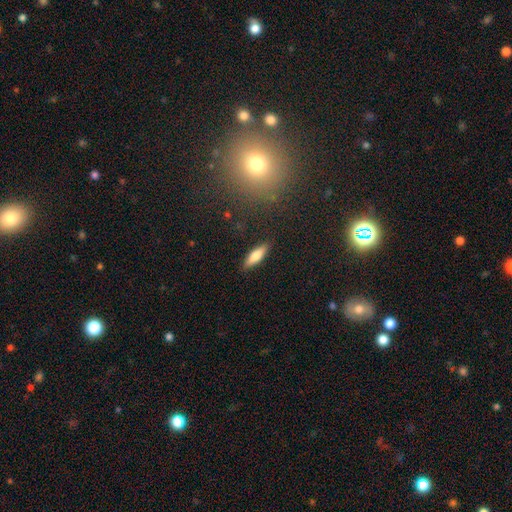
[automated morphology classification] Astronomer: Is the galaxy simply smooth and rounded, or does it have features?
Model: smooth — 76%.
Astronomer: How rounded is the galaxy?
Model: cigar-shaped — 52% (runner-up: in between, 46%).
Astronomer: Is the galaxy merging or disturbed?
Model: none — 88%.